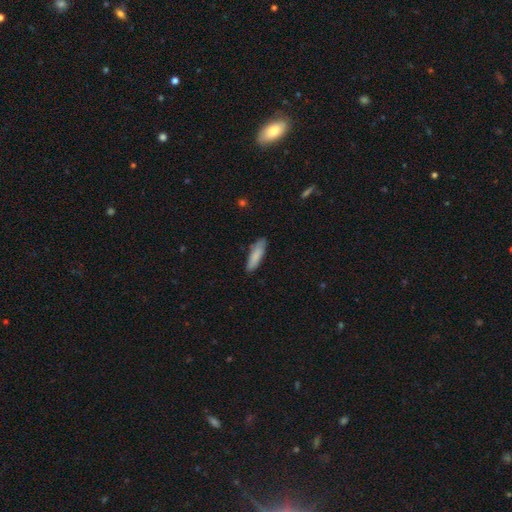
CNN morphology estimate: This is clearly a smooth galaxy (84%). How rounded: likely cigar-shaped (61%). Merging: clearly none (81%).